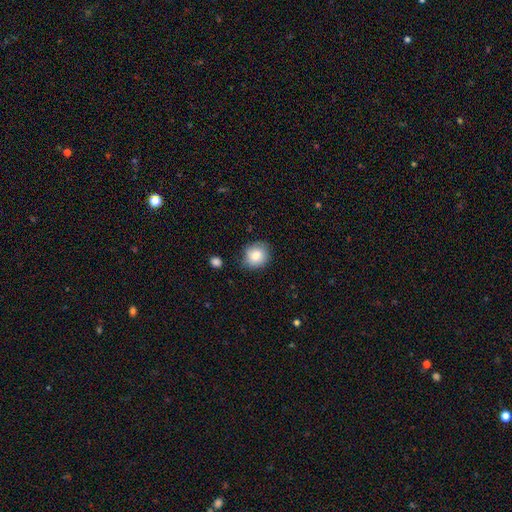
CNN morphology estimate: smooth-or-featured: smooth: 83% | featured or disk: 8% | star or artifact: 8%
  how-rounded: round: 77% | in between: 23% | cigar-shaped: 1%
  merging: none: 76% | minor disturbance: 18% | major disturbance: 4% | merger: 2%